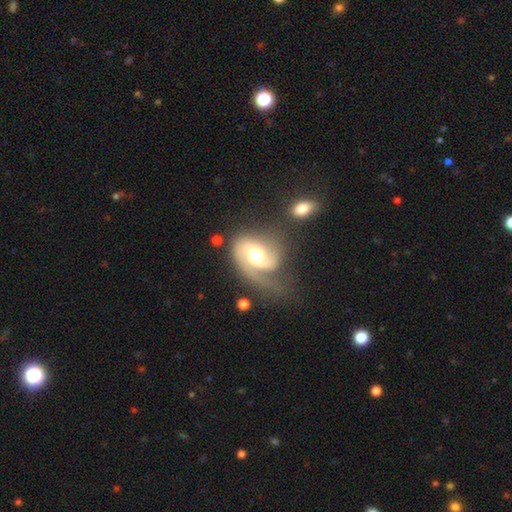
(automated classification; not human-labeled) This is clearly a featured or disk galaxy (82%). It is clearly not viewed edge-on (97%). Bar: possibly no (49%). Spiral arm pattern: clearly yes (95%). Spiral arm count: possibly 2 (59%). Spiral winding: possibly medium (47%). Central bulge: possibly moderate (58%). Merging: marginally none (42%).